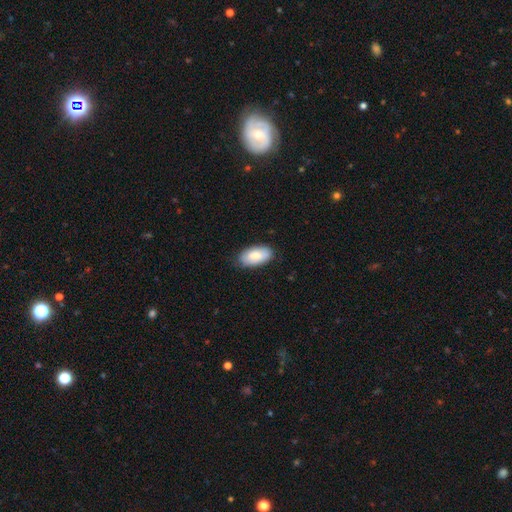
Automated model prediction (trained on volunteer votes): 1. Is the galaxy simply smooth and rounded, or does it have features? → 84% smooth, 10% featured or disk, 6% star or artifact.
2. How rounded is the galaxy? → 95% in between, 3% cigar-shaped, 3% round.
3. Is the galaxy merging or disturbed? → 81% none, 16% minor disturbance, 2% major disturbance, 1% merger.